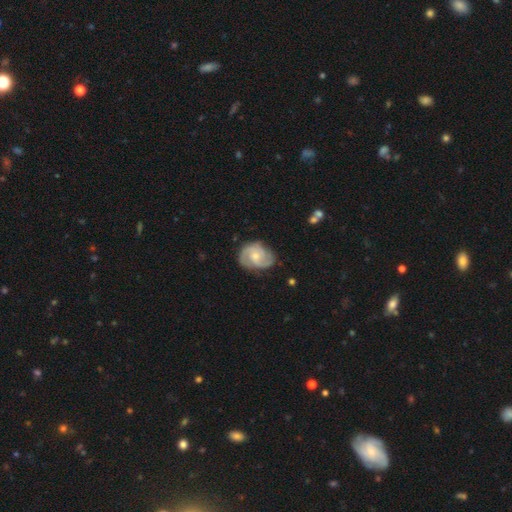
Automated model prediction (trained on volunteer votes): This is clearly a featured or disk galaxy (82%). It is clearly not viewed edge-on (98%). Bar: likely no (61%). Spiral arm pattern: clearly yes (96%). Spiral arm count: possibly 2 (60%). Spiral winding: possibly medium (49%). Central bulge: possibly small (49%). Merging: likely none (73%).